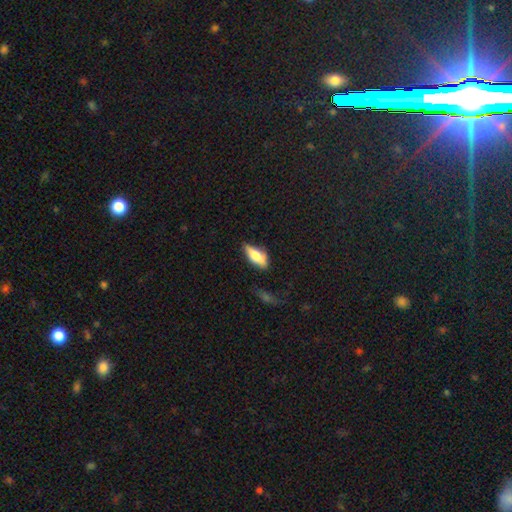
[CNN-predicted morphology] The model was most divided on "merging": none: 60%, minor disturbance: 27%, major disturbance: 9%, merger: 3%. More confident: how rounded — in between (75%); smooth or featured — smooth (65%).